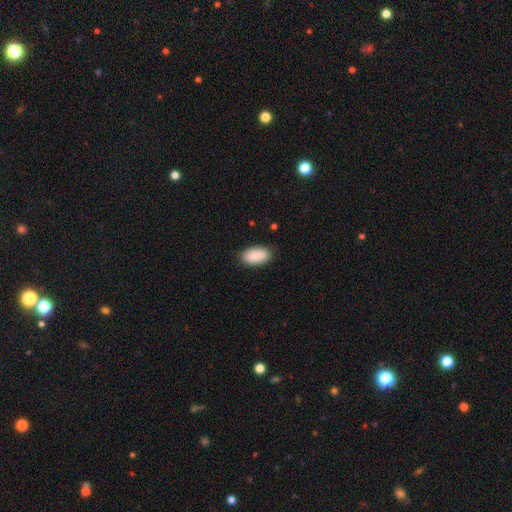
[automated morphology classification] Smooth or featured? smooth (90%)
How rounded? in between (94%)
Merging? none (87%)